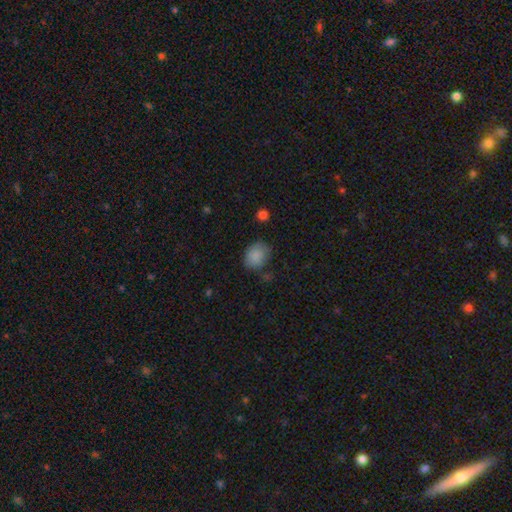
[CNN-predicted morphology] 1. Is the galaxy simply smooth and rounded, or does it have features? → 86% smooth, 8% star or artifact, 6% featured or disk.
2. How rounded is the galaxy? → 56% in between, 43% round, 1% cigar-shaped.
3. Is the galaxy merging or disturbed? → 70% none, 22% minor disturbance, 5% major disturbance, 3% merger.